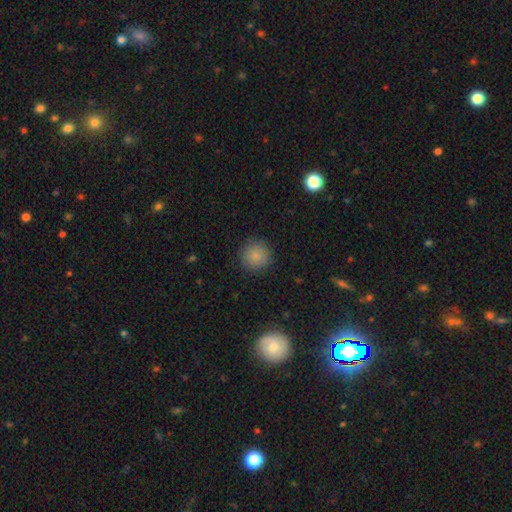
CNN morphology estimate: Smooth or featured? Predicted: smooth (p=0.86). How rounded? Predicted: round (p=0.94). Merging? Predicted: none (p=0.89).